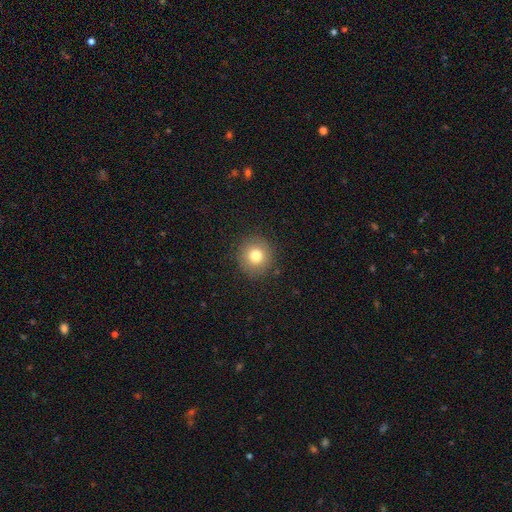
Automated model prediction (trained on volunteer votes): smooth_or_featured: smooth (p=0.79) [alt: star or artifact p=0.11]
how_rounded: round (p=0.92) [alt: in between p=0.07]
merging: none (p=0.89) [alt: minor disturbance p=0.07]